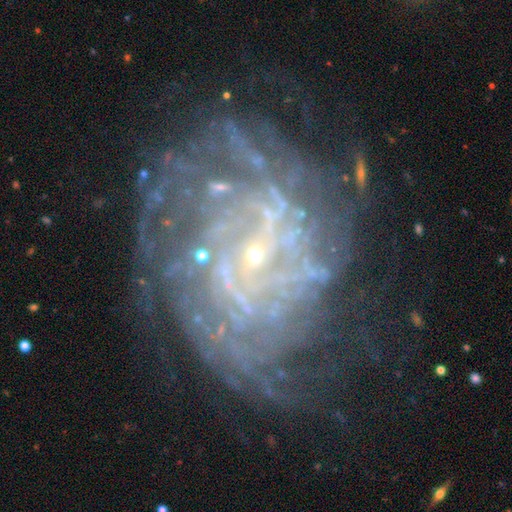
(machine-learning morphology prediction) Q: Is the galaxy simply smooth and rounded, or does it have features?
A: featured or disk — 82%.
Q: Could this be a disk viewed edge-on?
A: no — 97%.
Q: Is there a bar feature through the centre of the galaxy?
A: no — 56%.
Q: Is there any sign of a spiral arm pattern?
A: yes — 81%.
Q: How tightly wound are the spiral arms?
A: tight — 58%.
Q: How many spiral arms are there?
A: can't tell — 47%.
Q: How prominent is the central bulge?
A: small — 82%.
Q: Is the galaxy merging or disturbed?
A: none — 57%.